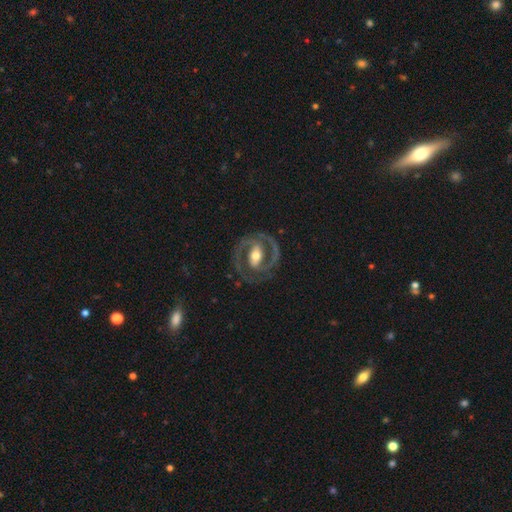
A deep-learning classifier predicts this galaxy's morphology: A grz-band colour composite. It shows a featured or disk galaxy (87%) with a strong bar (44%), 2 (89%) medium (47%) spiral arms (90%) and a moderate central bulge (66%). Merging: none (80%).